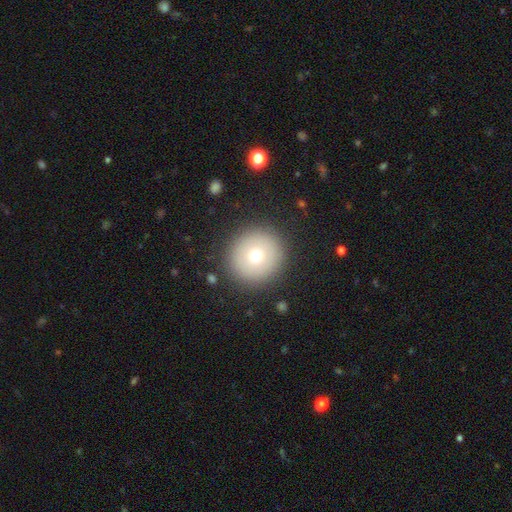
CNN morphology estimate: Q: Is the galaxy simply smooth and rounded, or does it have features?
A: smooth — 70%.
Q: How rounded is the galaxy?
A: round — 95%.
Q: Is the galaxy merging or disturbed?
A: none — 90%.